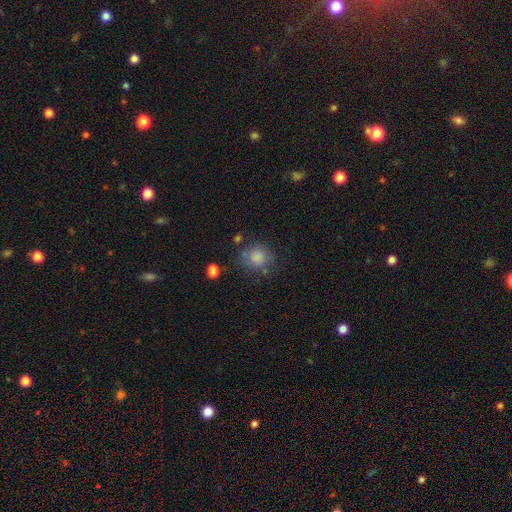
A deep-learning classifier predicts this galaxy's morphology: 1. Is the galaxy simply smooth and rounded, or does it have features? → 80% smooth, 12% star or artifact, 8% featured or disk.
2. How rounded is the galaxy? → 79% round, 20% in between, 1% cigar-shaped.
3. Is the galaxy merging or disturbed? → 68% none, 19% minor disturbance, 7% major disturbance, 5% merger.